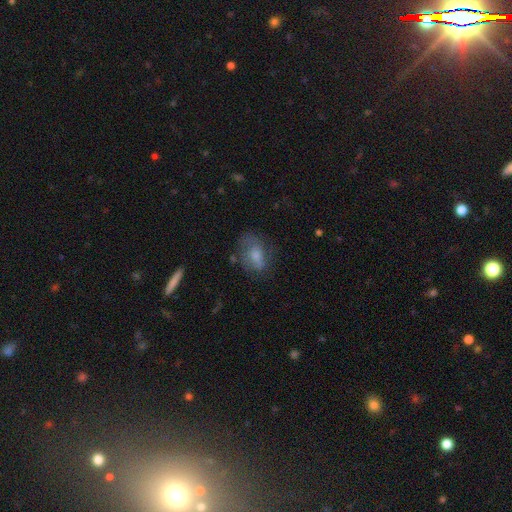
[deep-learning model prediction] smooth-or-featured: smooth: 63% | featured or disk: 27% | star or artifact: 10%
  how-rounded: in between: 81% | round: 16% | cigar-shaped: 3%
  merging: none: 50% | minor disturbance: 27% | major disturbance: 20% | merger: 3%